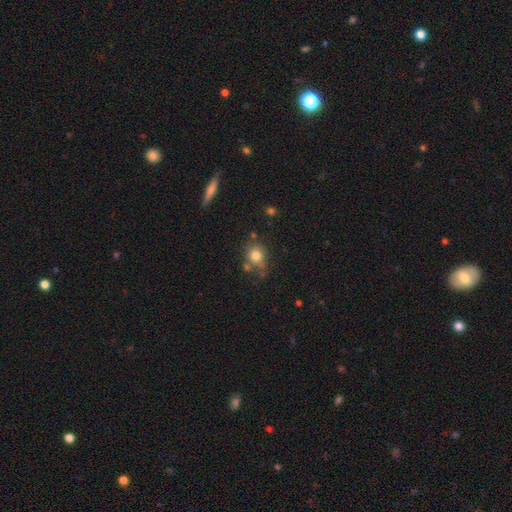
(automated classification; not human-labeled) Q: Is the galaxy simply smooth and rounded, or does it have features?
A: smooth — 78%.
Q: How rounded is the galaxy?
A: round — 72%.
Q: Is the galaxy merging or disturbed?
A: none — 64%.